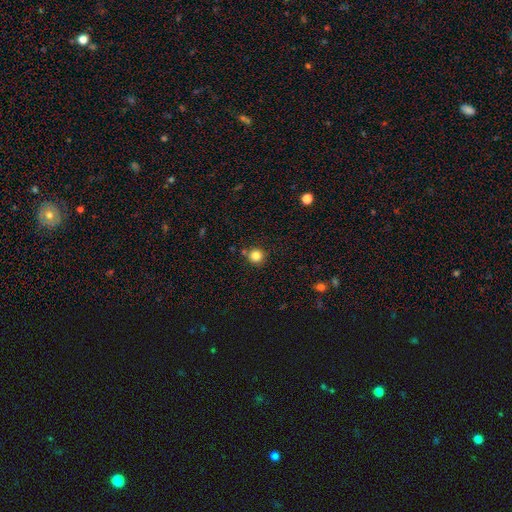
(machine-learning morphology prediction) smooth-or-featured: smooth: 83% | star or artifact: 12% | featured or disk: 5%
  how-rounded: round: 94% | in between: 5% | cigar-shaped: 1%
  merging: none: 83% | minor disturbance: 8% | merger: 6% | major disturbance: 2%